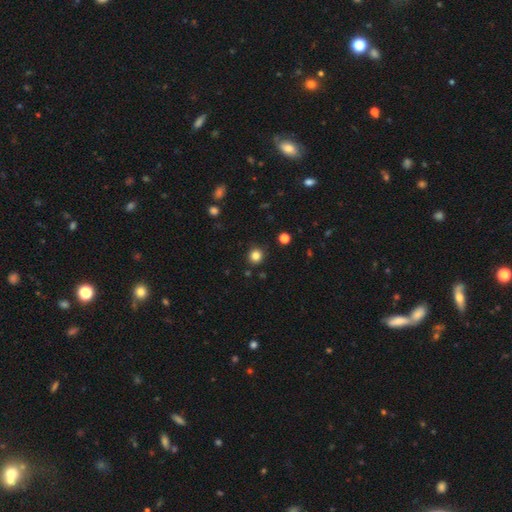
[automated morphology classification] A smooth galaxy with no disk features (83%) that is round (92%). Merging: none (89%).